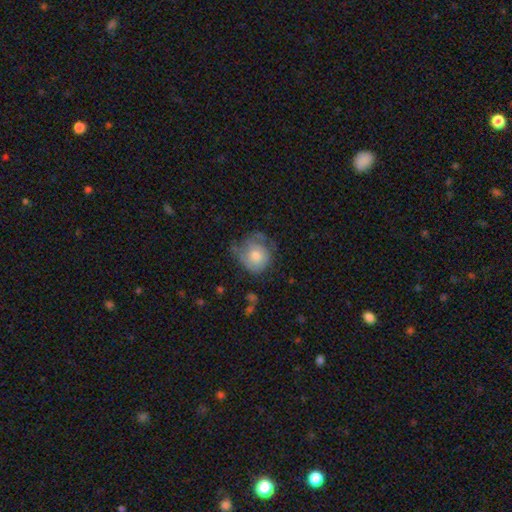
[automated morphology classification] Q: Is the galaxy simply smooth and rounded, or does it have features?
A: smooth — 60%.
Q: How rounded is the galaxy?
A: round — 80%.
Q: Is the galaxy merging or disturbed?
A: none — 50%.